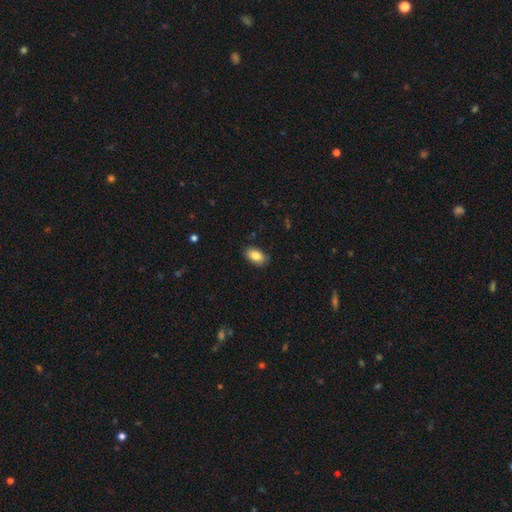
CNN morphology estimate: Smooth or featured? smooth (85%)
How rounded? in between (92%)
Merging? none (83%)